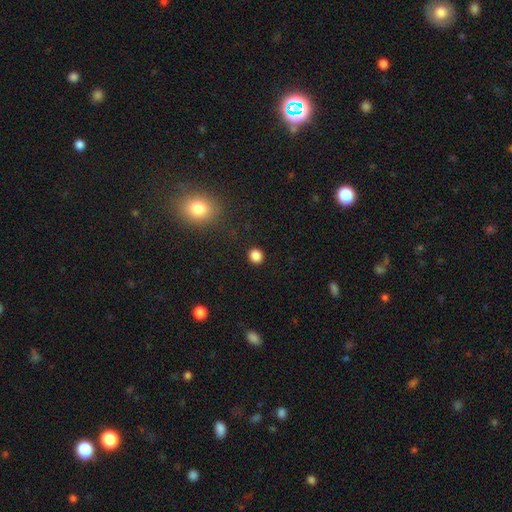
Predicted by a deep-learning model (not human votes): Q: Smooth or featured?
A: smooth (85%); runner-up: star or artifact (11%)
Q: How rounded?
A: round (83%); runner-up: in between (16%)
Q: Merging?
A: none (90%); runner-up: minor disturbance (6%)